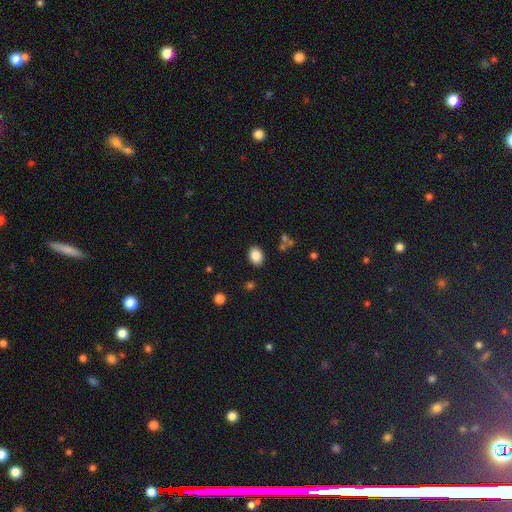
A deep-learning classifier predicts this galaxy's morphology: Q: Smooth or featured?
A: smooth (87%); runner-up: star or artifact (9%)
Q: How rounded?
A: in between (66%); runner-up: round (33%)
Q: Merging?
A: none (85%); runner-up: minor disturbance (9%)